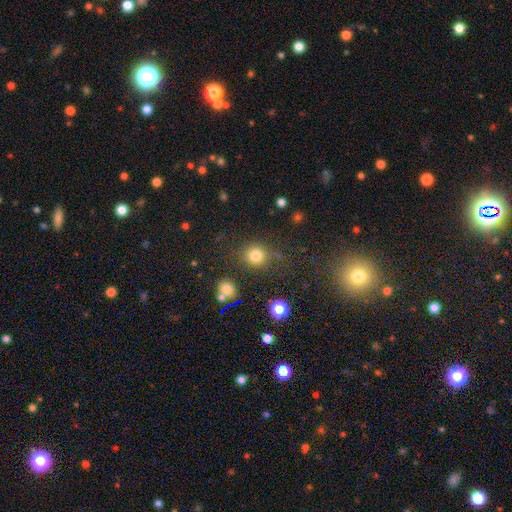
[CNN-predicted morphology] This is likely a smooth galaxy (76%). How rounded: clearly round (87%). Merging: likely none (75%).